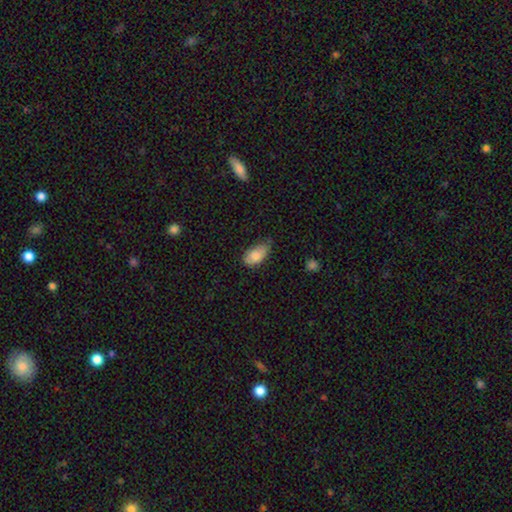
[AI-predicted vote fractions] smooth 82%, featured or disk 11%, star or artifact 7%. Down the decision tree: how rounded — in between (93%); merging — none (48%).